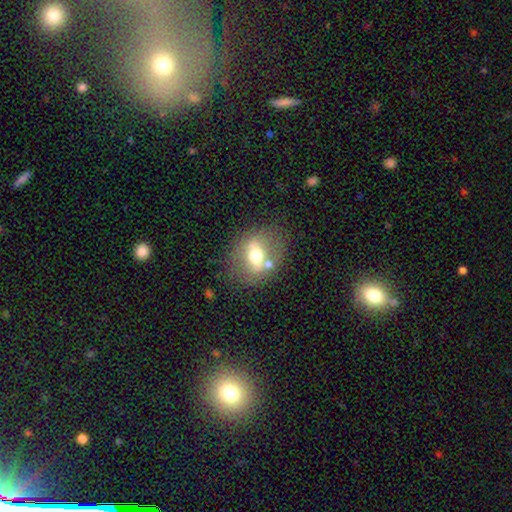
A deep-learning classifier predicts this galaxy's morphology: A featured or disk galaxy (48%). Merging: none (69%).